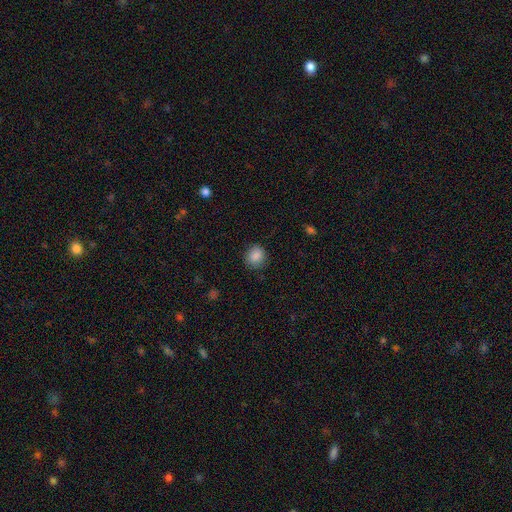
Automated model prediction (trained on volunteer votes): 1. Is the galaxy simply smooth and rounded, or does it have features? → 87% smooth, 9% star or artifact, 4% featured or disk.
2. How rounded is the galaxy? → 78% round, 21% in between, 1% cigar-shaped.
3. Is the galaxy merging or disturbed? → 85% none, 11% minor disturbance, 3% major disturbance, 1% merger.